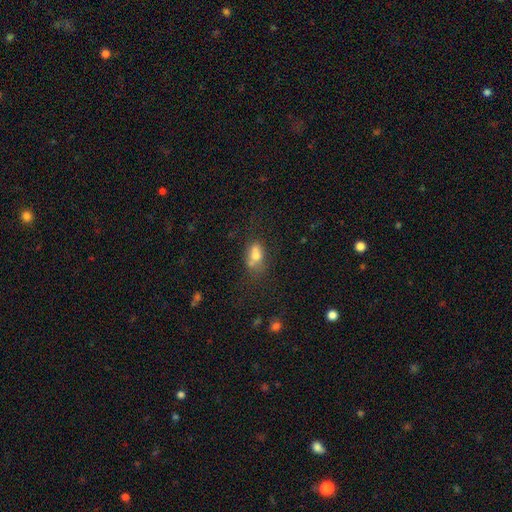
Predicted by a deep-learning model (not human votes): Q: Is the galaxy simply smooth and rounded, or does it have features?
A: smooth — 65%.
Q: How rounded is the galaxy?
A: in between — 71%.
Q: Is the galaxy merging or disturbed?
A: merger — 42%.